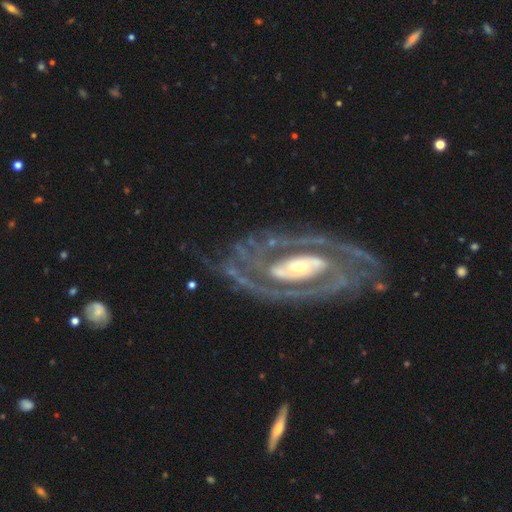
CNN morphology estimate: featured or disk 91%, smooth 5%, star or artifact 4%. Down the decision tree: edge-on disk — no (94%); bar — no (41%); spiral arms — yes (92%); spiral arm count — 2 (60%); spiral winding — tight (65%); bulge size — moderate (49%); merging — none (76%).